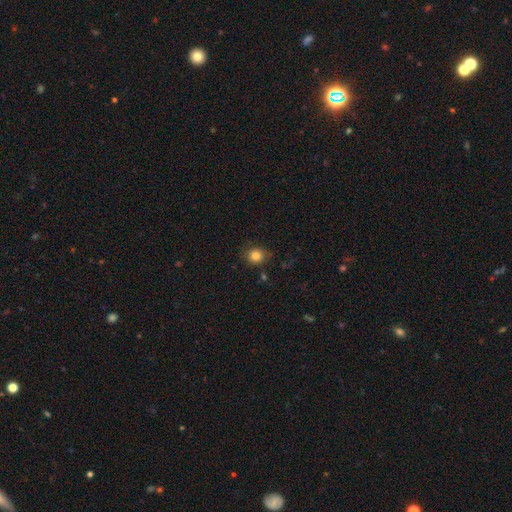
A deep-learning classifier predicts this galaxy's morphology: Overall: smooth (83%). How rounded: round (78%). Merging: none (80%).